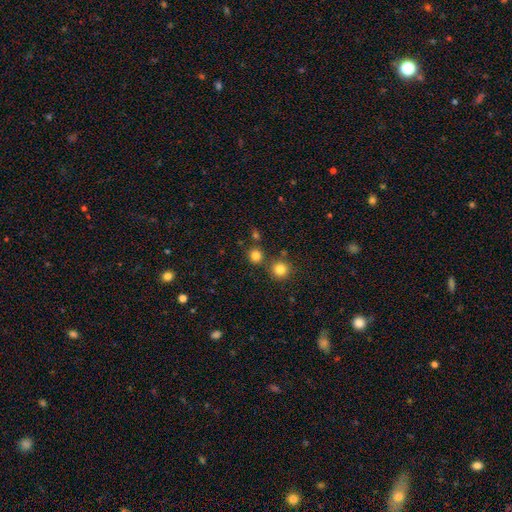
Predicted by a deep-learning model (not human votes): A smooth galaxy with no disk features (81%) that is round (91%). Merging: none (78%).